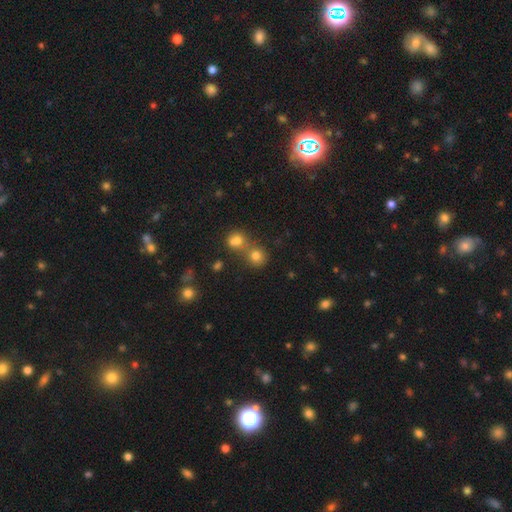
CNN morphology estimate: Smooth or featured? smooth (76%)
How rounded? round (83%)
Merging? none (49%)